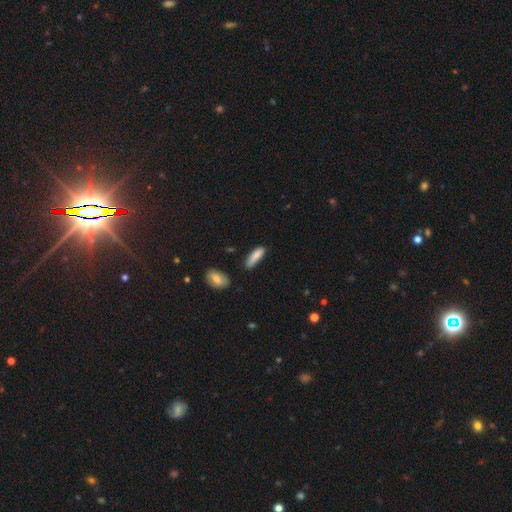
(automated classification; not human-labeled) This appears to be a smooth galaxy with no disk features (85%) that is cigar-shaped (56%). Merging: none (61%).